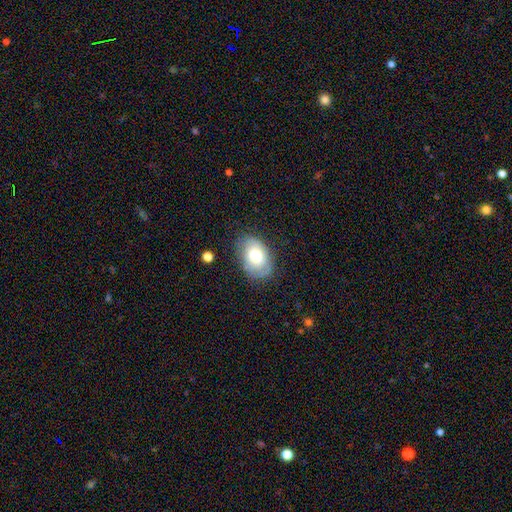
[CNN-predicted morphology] type=smooth (70%); roundness=in between (86%); merging=none (71%).